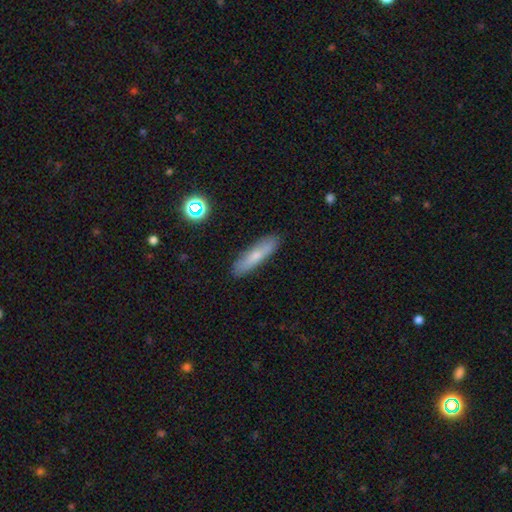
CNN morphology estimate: Smooth or featured? smooth (67%)
How rounded? cigar-shaped (80%)
Merging? none (87%)